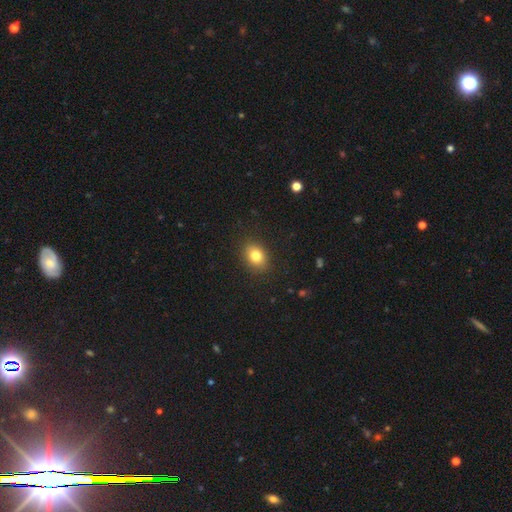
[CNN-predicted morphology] Smooth or featured?
  - smooth: 81% *
  - star or artifact: 10%
  - featured or disk: 9%
How rounded?
  - in between: 62% *
  - round: 37%
  - cigar-shaped: 1%
Merging?
  - none: 88% *
  - minor disturbance: 9%
  - major disturbance: 3%
  - merger: 1%